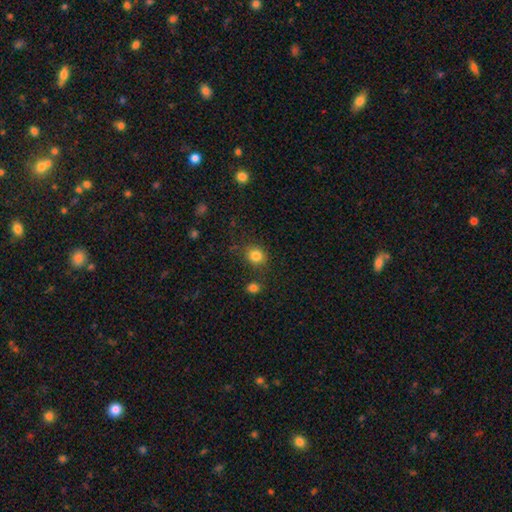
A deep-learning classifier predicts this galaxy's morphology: The model was most divided on "how rounded": round: 77%, in between: 22%, cigar-shaped: 1%. More confident: smooth or featured — smooth (83%); merging — none (81%).